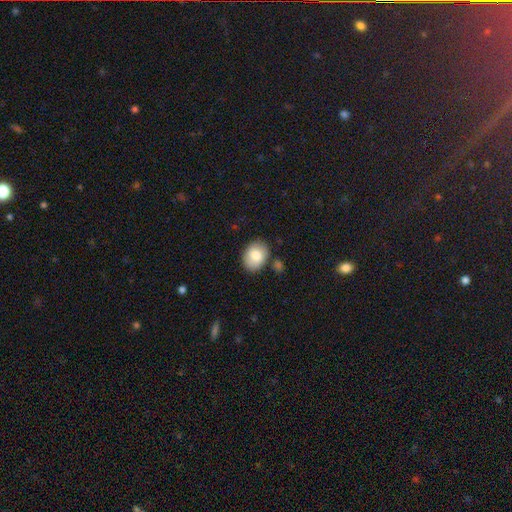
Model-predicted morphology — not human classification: Smooth or featured: smooth — 83% (featured or disk — 10%)
How rounded: in between — 71% (round — 28%)
Merging: none — 77% (minor disturbance — 15%)